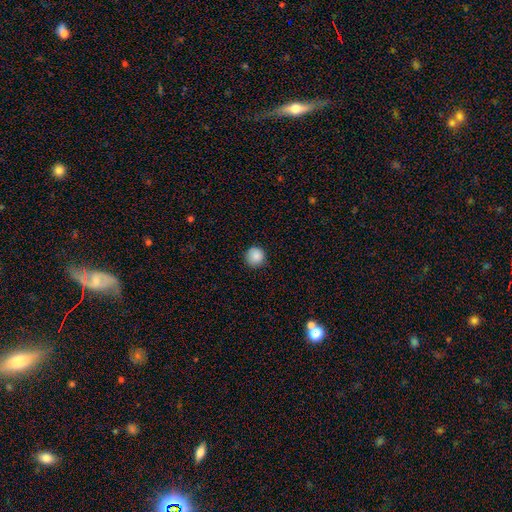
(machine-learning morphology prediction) Smooth or featured? Predicted: smooth (p=0.87). How rounded? Predicted: round (p=0.94). Merging? Predicted: none (p=0.87).